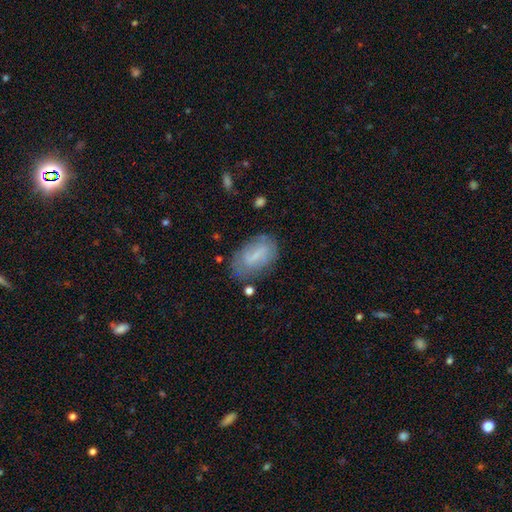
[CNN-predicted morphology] This appears to be a smooth galaxy with no disk features (57%) that is in between round and cigar-shaped (90%). Merging: none (64%).